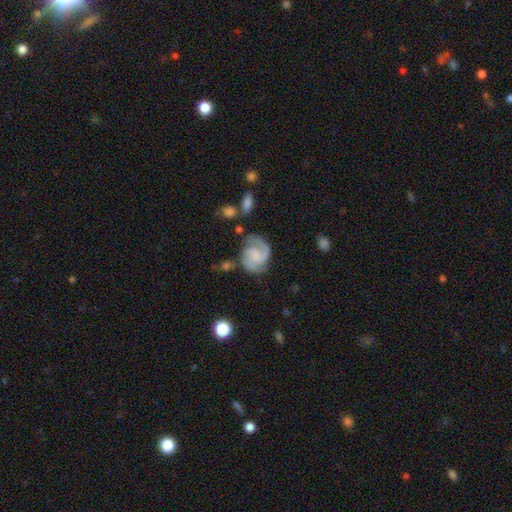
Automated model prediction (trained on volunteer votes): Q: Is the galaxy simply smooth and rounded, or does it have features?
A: featured or disk — 84%.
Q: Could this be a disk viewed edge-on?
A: no — 98%.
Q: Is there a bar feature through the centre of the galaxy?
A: no — 47%.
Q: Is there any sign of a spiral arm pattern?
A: yes — 97%.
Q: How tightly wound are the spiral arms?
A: medium — 52%.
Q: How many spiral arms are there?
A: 2 — 82%.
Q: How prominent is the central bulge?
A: none — 45%.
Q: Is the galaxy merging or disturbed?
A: none — 67%.